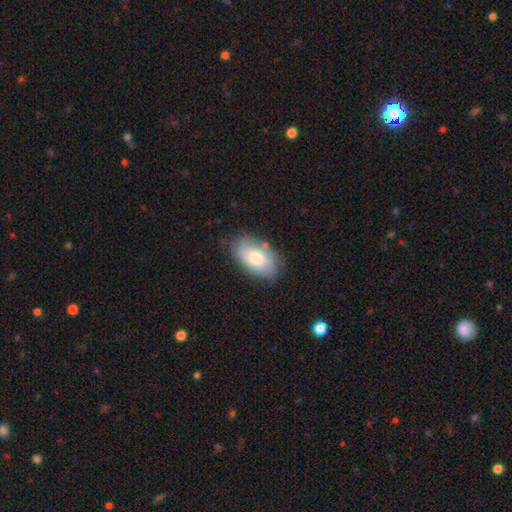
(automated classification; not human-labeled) This appears to be a smooth galaxy with no disk features (57%) that is in between round and cigar-shaped (90%). Merging: none (79%).